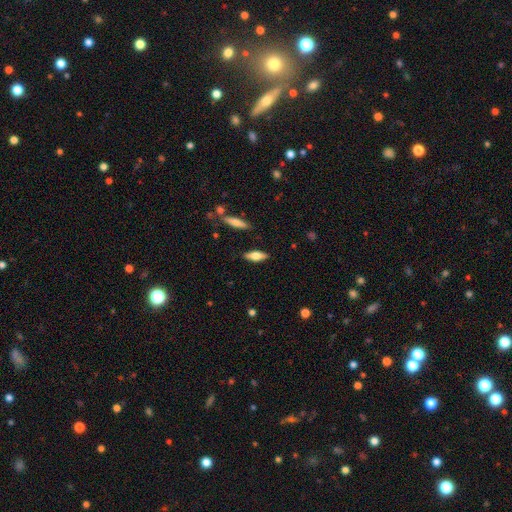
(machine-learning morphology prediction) type=smooth (55%); roundness=in between (62%); merging=none (85%).